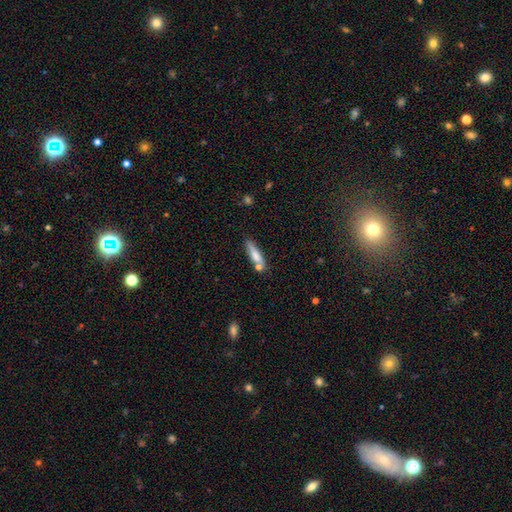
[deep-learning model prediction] Overall: smooth (71%). How rounded: cigar-shaped (77%). Merging: none (63%).